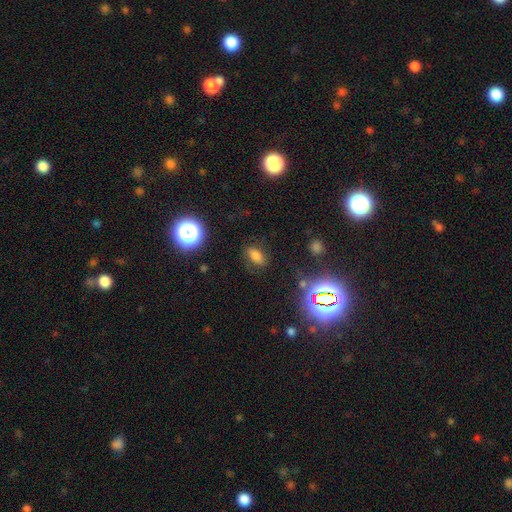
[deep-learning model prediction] Q: Smooth or featured?
A: smooth (72%); runner-up: star or artifact (19%)
Q: How rounded?
A: in between (84%); runner-up: round (12%)
Q: Merging?
A: none (80%); runner-up: minor disturbance (14%)